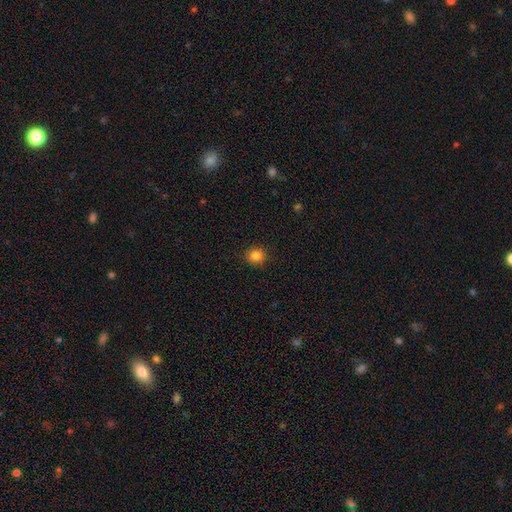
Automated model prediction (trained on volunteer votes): Smooth or featured?
  - smooth: 84% *
  - star or artifact: 12%
  - featured or disk: 5%
How rounded?
  - round: 87% *
  - in between: 12%
  - cigar-shaped: 1%
Merging?
  - none: 89% *
  - minor disturbance: 8%
  - major disturbance: 2%
  - merger: 1%